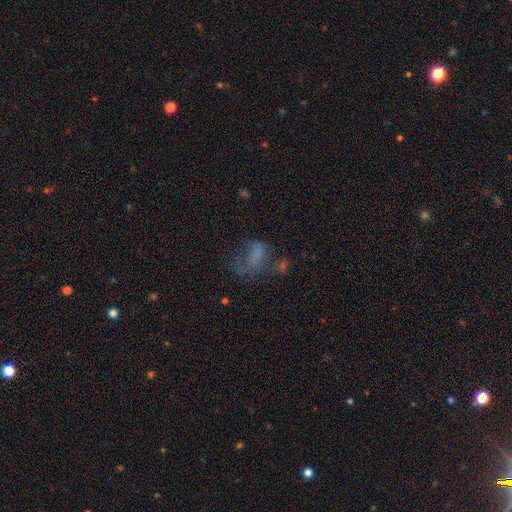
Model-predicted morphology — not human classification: Q: Smooth or featured?
A: smooth (49%); runner-up: featured or disk (31%)
Q: Merging?
A: major disturbance (41%); runner-up: none (29%)